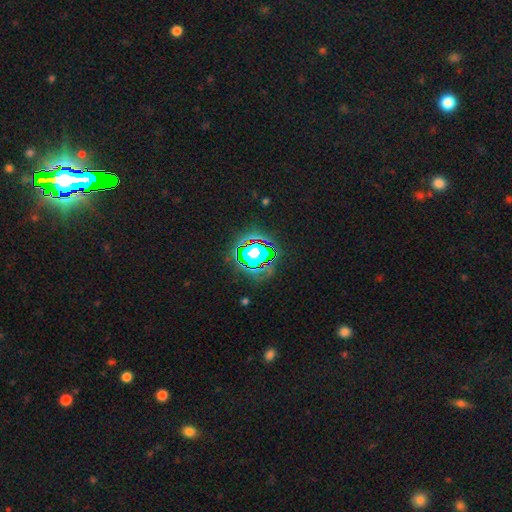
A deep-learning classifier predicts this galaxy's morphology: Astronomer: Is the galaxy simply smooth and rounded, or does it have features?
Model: star or artifact — 55%.